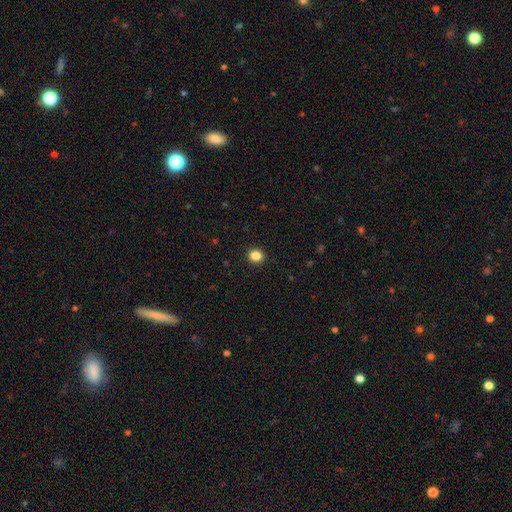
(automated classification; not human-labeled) Overall: smooth (85%). How rounded: round (83%). Merging: none (92%).